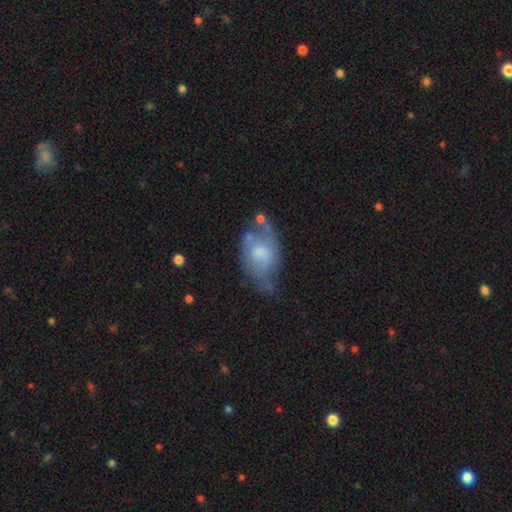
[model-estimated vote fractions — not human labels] Smooth or featured: featured or disk — 51% (smooth — 41%)
Edge-on disk: no — 93% (yes — 7%)
Merging: none — 39% (minor disturbance — 33%)